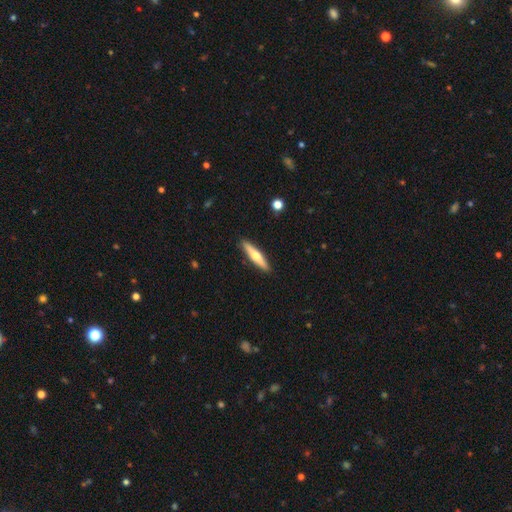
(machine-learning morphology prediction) smooth 48%, featured or disk 47%, star or artifact 5%. Down the decision tree: merging — none (91%).